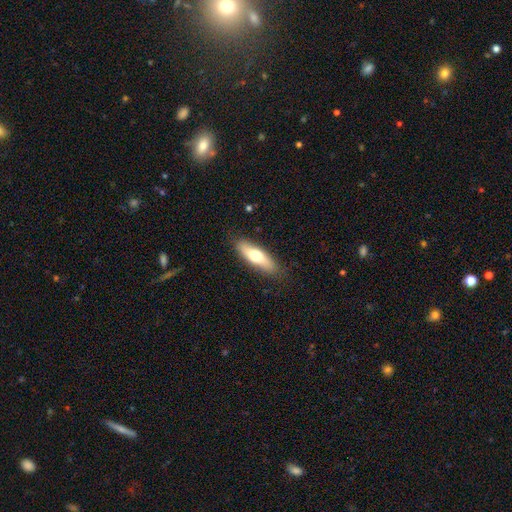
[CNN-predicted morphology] Smooth or featured?
  - smooth: 64% *
  - featured or disk: 30%
  - star or artifact: 6%
How rounded?
  - cigar-shaped: 54% *
  - in between: 43%
  - round: 2%
Merging?
  - none: 86% *
  - minor disturbance: 11%
  - major disturbance: 2%
  - merger: 1%